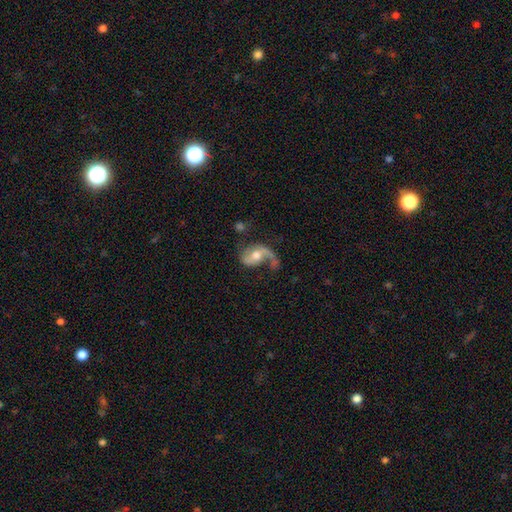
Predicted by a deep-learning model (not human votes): Smooth or featured? Predicted: featured or disk (p=0.79). Edge-on disk? Predicted: no (p=0.97). Bar? Predicted: no (p=0.53). Spiral arms? Predicted: yes (p=0.91). Spiral winding? Predicted: loose (p=0.67). Spiral arm count? Predicted: 2 (p=0.55). Bulge size? Predicted: moderate (p=0.68). Merging? Predicted: none (p=0.42).